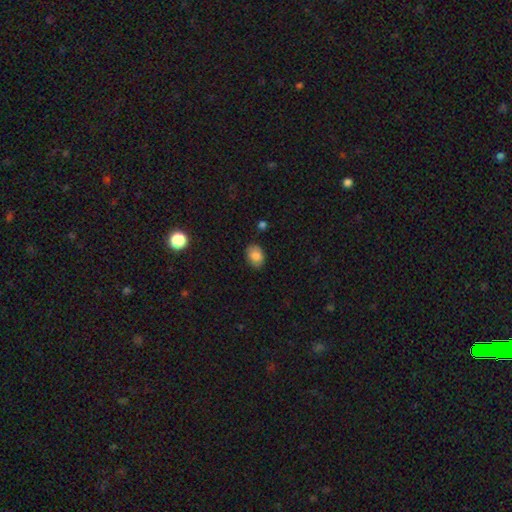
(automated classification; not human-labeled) The model was most divided on "how rounded": in between: 74%, round: 25%, cigar-shaped: 1%. More confident: smooth or featured — smooth (83%); merging — none (82%).